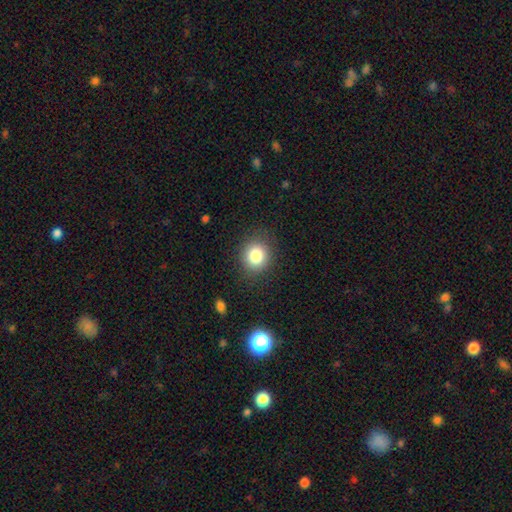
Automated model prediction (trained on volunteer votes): Overall: smooth (82%). How rounded: round (78%). Merging: none (86%).